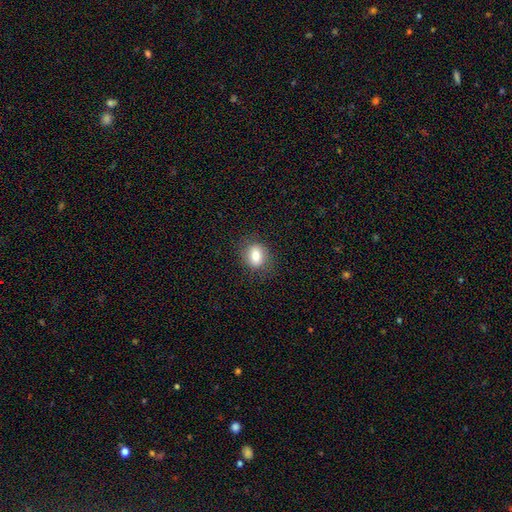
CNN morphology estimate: smooth-or-featured: smooth: 78% | featured or disk: 13% | star or artifact: 9%
  how-rounded: in between: 53% | round: 46% | cigar-shaped: 1%
  merging: none: 81% | minor disturbance: 14% | major disturbance: 5% | merger: 1%